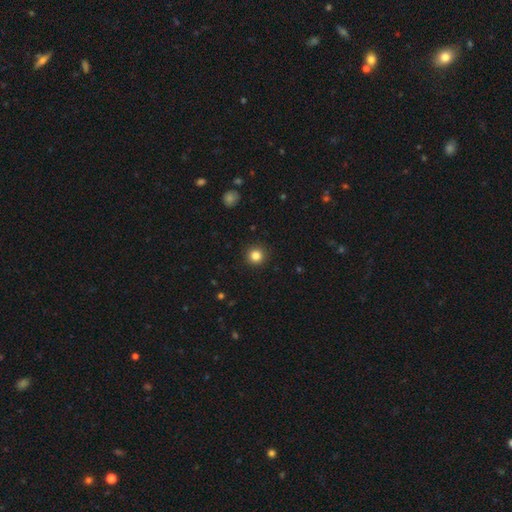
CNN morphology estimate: Smooth or featured? smooth (84%)
How rounded? round (95%)
Merging? none (92%)